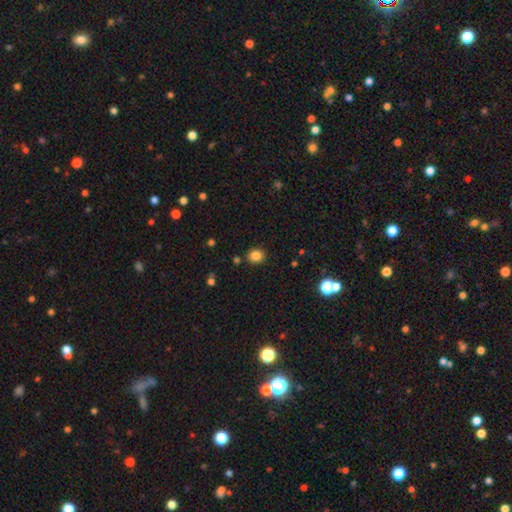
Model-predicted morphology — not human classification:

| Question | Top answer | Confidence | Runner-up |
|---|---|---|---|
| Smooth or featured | smooth | 83% | star or artifact (12%) |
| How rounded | round | 74% | in between (26%) |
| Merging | none | 86% | minor disturbance (8%) |